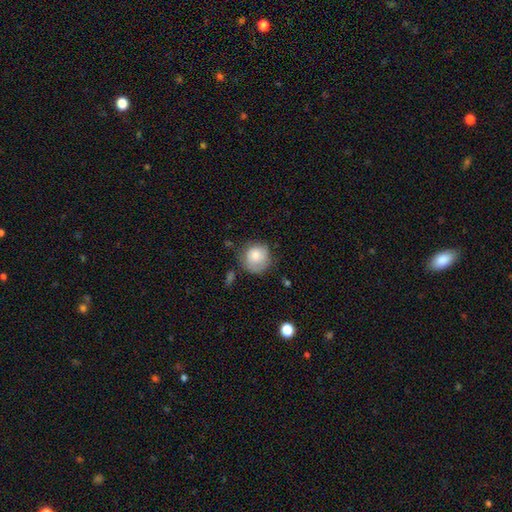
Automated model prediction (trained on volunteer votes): A smooth galaxy with no disk features (76%) that is round (87%). Merging: none (63%).